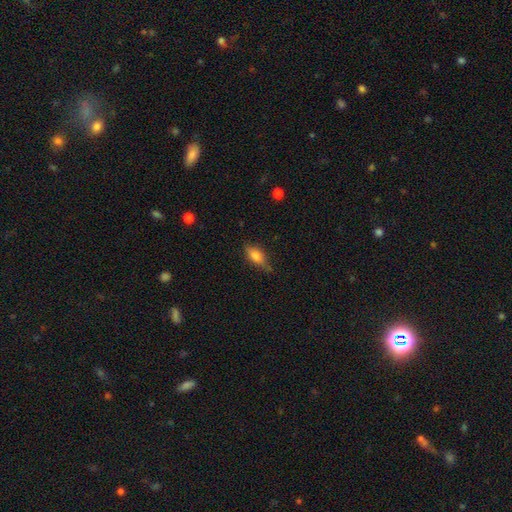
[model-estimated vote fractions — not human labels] Q: Smooth or featured?
A: smooth (68%); runner-up: featured or disk (24%)
Q: How rounded?
A: in between (75%); runner-up: cigar-shaped (21%)
Q: Merging?
A: none (65%); runner-up: minor disturbance (27%)